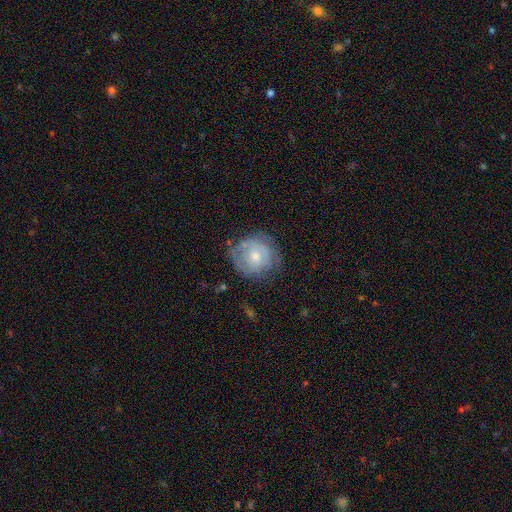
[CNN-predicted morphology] type=featured or disk (55%); edge-on=no (97%); bar=no (75%); spiral arms=yes (60%); bulge=moderate (54%); merging=none (63%).